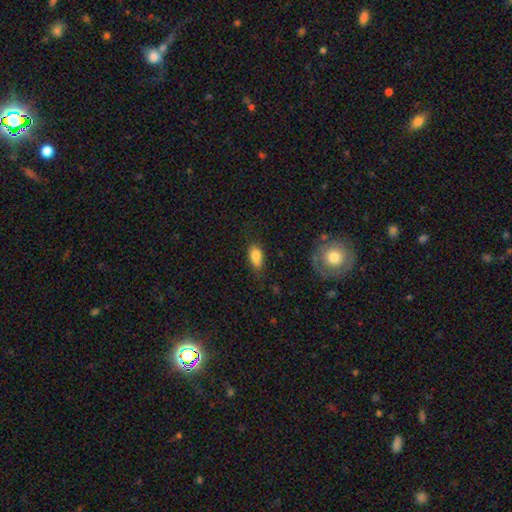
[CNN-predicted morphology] Smooth or featured: smooth — 79% (featured or disk — 12%)
How rounded: in between — 85% (round — 8%)
Merging: none — 58% (minor disturbance — 28%)